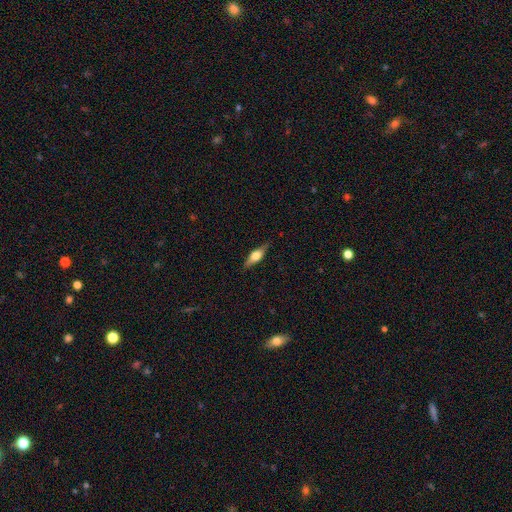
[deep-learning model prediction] Smooth or featured? Predicted: featured or disk (p=0.56). Edge-on disk? Predicted: yes (p=0.94). Edge-on bulge? Predicted: rounded (p=0.89). Merging? Predicted: none (p=0.85).